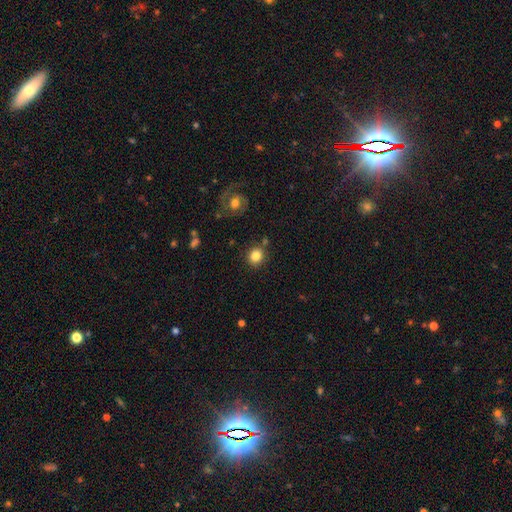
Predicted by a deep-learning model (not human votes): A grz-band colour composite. It shows a smooth galaxy with no disk features (83%) that is round (83%). Merging: none (82%).